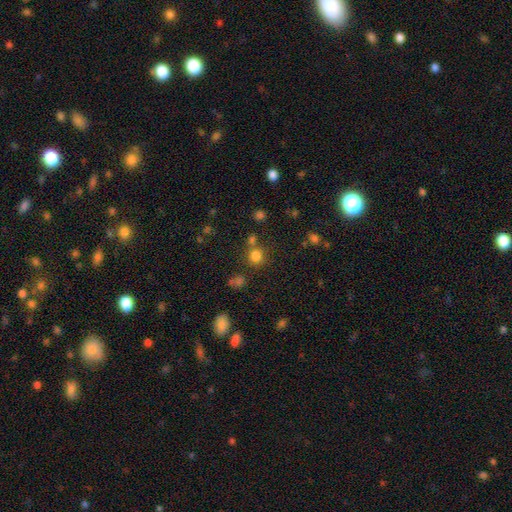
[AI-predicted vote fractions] Smooth or featured? smooth (78%)
How rounded? round (86%)
Merging? none (71%)